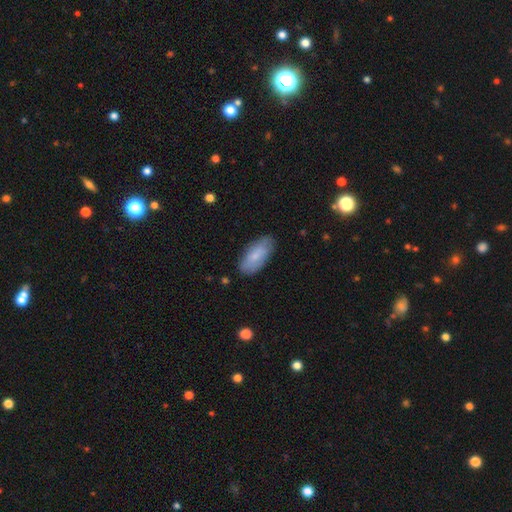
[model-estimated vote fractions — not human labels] This is likely a smooth galaxy (76%). How rounded: clearly in between (87%). Merging: clearly none (81%).